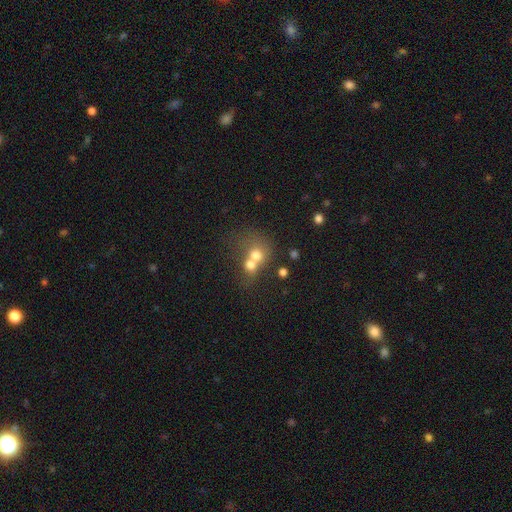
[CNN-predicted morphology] Smooth or featured: smooth — 67% (featured or disk — 21%)
How rounded: round — 69% (in between — 30%)
Merging: merger — 69% (none — 20%)